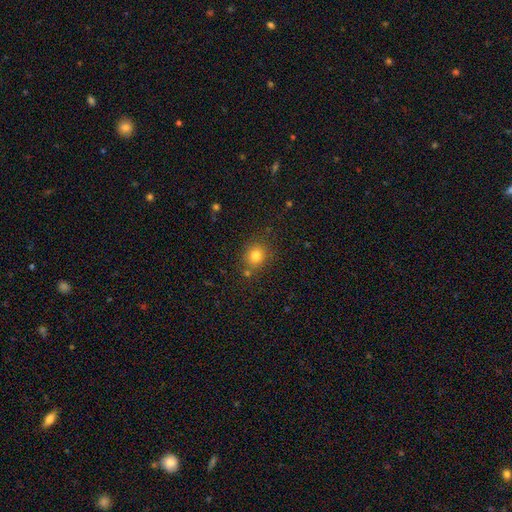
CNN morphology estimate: Smooth or featured? Predicted: smooth (p=0.78). How rounded? Predicted: round (p=0.80). Merging? Predicted: none (p=0.79).